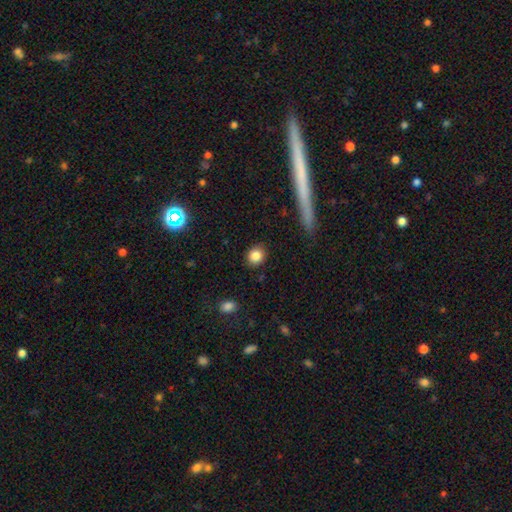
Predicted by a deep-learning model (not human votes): Smooth or featured? Predicted: smooth (p=0.84). How rounded? Predicted: round (p=0.72). Merging? Predicted: none (p=0.88).